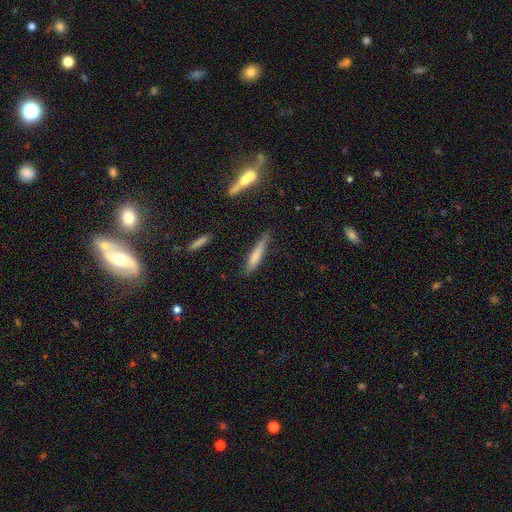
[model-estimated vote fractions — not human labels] This is likely a smooth galaxy (71%). How rounded: clearly cigar-shaped (89%). Merging: likely none (72%).